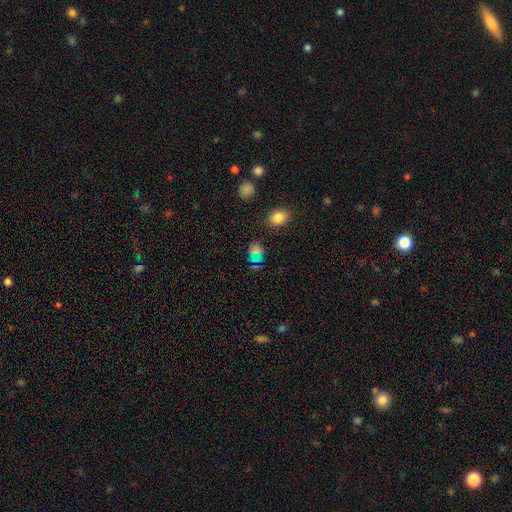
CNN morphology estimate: A smooth galaxy with no disk features (61%) that is in between round and cigar-shaped (69%).

Vote fractions:
- Smooth or featured? smooth: 61% / star or artifact: 31% / featured or disk: 8%
- How rounded? in between: 69% / round: 28% / cigar-shaped: 2%
- Merging? none: 79% / minor disturbance: 13% / major disturbance: 5% / merger: 3%